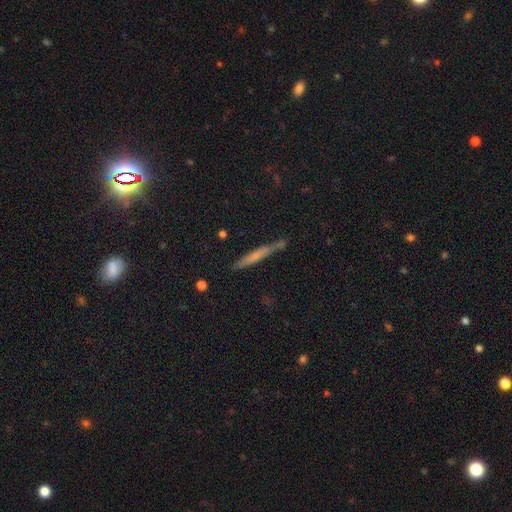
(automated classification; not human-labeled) smooth 54%, featured or disk 37%, star or artifact 9%. Down the decision tree: how rounded — cigar-shaped (95%); merging — none (75%).